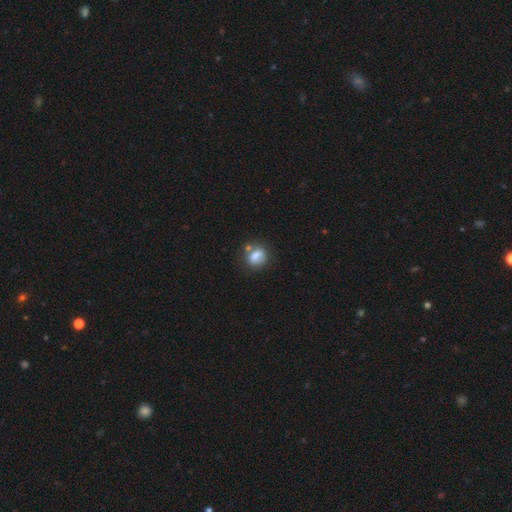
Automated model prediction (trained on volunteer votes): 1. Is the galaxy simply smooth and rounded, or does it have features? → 73% smooth, 18% featured or disk, 9% star or artifact.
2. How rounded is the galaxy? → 55% round, 42% in between, 3% cigar-shaped.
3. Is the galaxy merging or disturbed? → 59% none, 19% minor disturbance, 15% merger, 7% major disturbance.